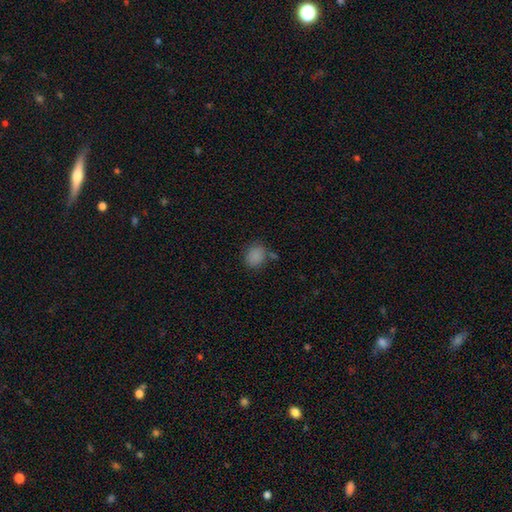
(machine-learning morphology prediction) This is clearly a smooth galaxy (85%). How rounded: possibly round (57%). Merging: likely none (71%).